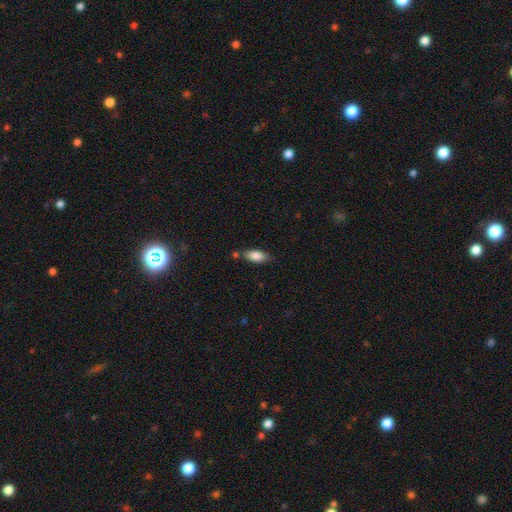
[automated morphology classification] smooth 84%, featured or disk 9%, star or artifact 7%. Down the decision tree: how rounded — in between (83%); merging — none (71%).